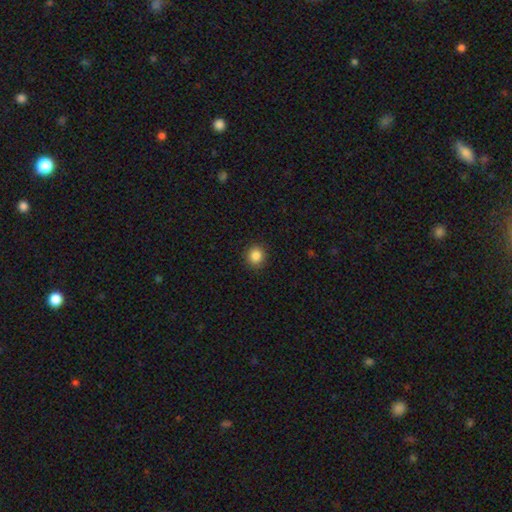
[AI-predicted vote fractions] A smooth galaxy with no disk features (86%) that is round (88%). Merging: none (91%).